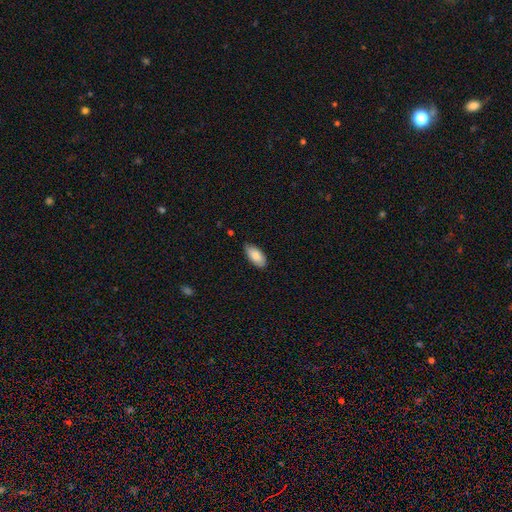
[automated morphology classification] A smooth galaxy with no disk features (85%) that is in between round and cigar-shaped (92%). Merging: none (76%).